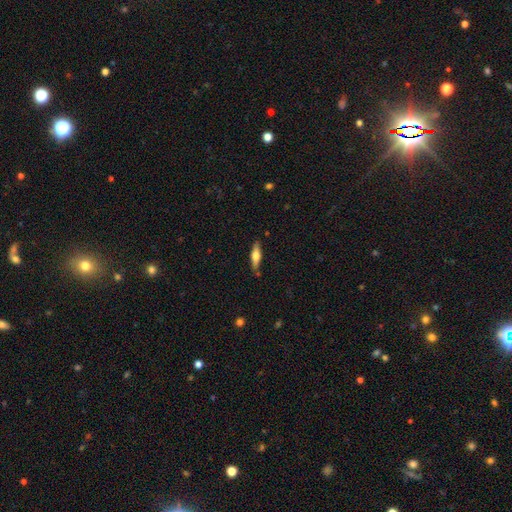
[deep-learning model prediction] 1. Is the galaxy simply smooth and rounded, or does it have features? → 48% smooth, 46% featured or disk, 6% star or artifact.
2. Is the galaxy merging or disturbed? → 84% none, 12% minor disturbance, 2% major disturbance, 2% merger.